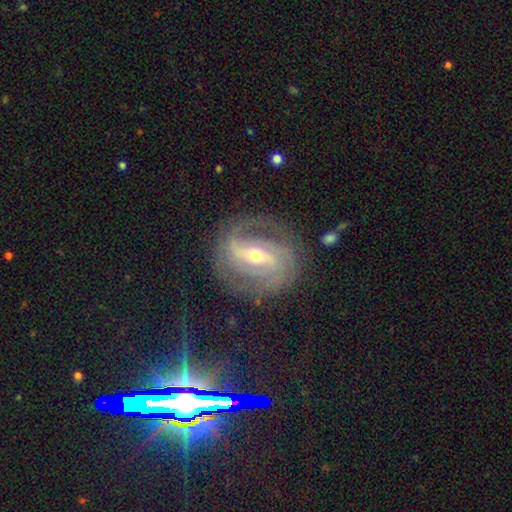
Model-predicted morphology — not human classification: Q: Smooth or featured?
A: featured or disk (87%); runner-up: smooth (7%)
Q: Edge-on disk?
A: no (96%); runner-up: yes (4%)
Q: Bar?
A: strong (53%); runner-up: weak (35%)
Q: Spiral arms?
A: yes (94%); runner-up: no (6%)
Q: Spiral winding?
A: tight (44%); runner-up: medium (41%)
Q: Spiral arm count?
A: 2 (61%); runner-up: can't tell (14%)
Q: Bulge size?
A: moderate (53%); runner-up: small (43%)
Q: Merging?
A: none (77%); runner-up: minor disturbance (14%)